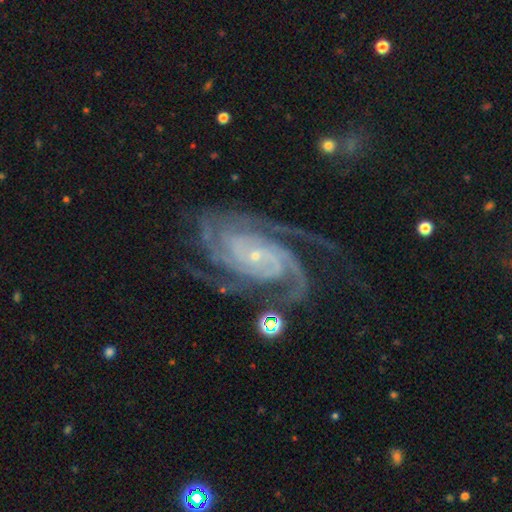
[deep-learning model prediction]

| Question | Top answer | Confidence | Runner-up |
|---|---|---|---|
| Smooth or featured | featured or disk | 93% | star or artifact (5%) |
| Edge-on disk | no | 97% | yes (3%) |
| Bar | no | 65% | weak (22%) |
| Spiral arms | yes | 99% | no (1%) |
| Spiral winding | tight | 68% | medium (28%) |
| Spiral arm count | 3 | 28% | 2 (26%) |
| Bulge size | small | 86% | moderate (9%) |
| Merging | none | 68% | minor disturbance (18%) |